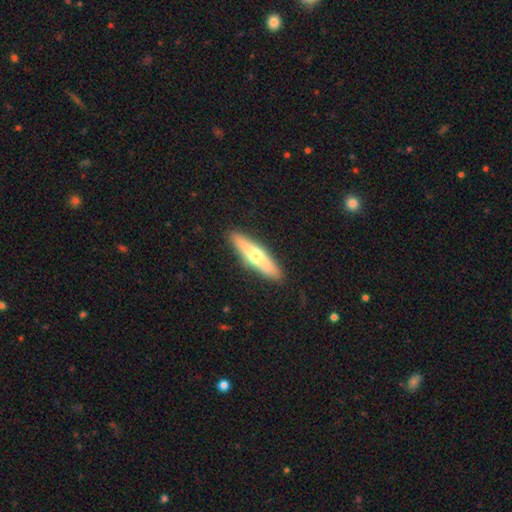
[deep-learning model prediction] Morphology: type=smooth (50%); merging=none (90%).